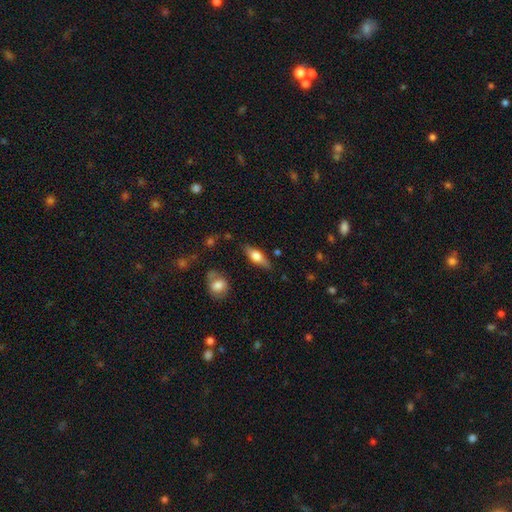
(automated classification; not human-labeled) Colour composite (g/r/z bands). It shows a smooth galaxy with no disk features (52%) that is in between round and cigar-shaped (59%). Merging: none (82%).